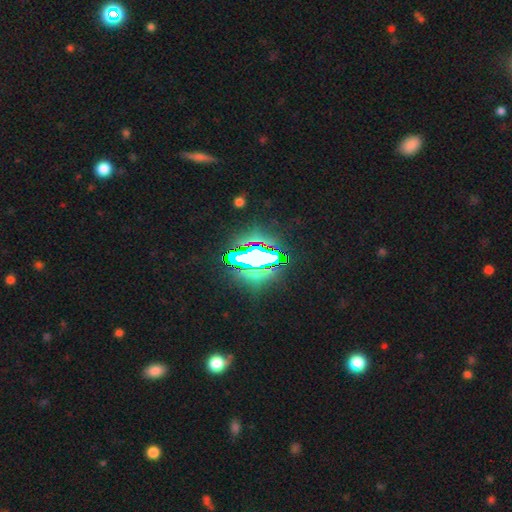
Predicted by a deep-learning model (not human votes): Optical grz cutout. It shows a star or artifact, not a galaxy (66%).